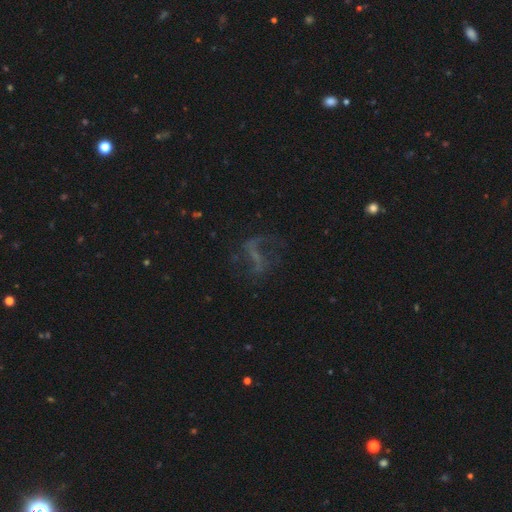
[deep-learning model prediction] Smooth or featured? featured or disk (60%)
Edge-on disk? no (94%)
Bar? no (38%)
Spiral arms? yes (62%)
Bulge size? none (64%)
Merging? none (54%)